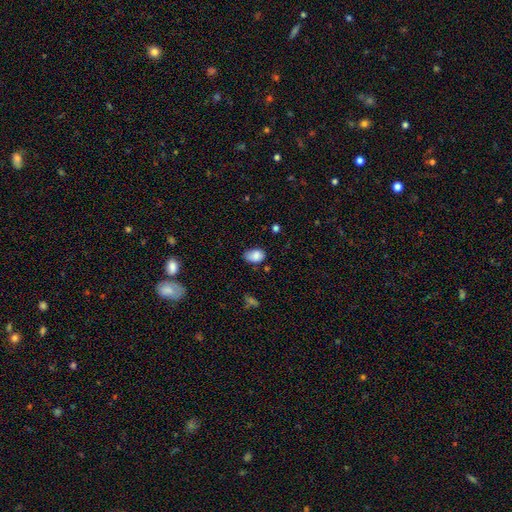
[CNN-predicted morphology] The model was most divided on "merging": none: 58%, minor disturbance: 32%, major disturbance: 7%, merger: 3%. More confident: how rounded — in between (87%); smooth or featured — smooth (84%).